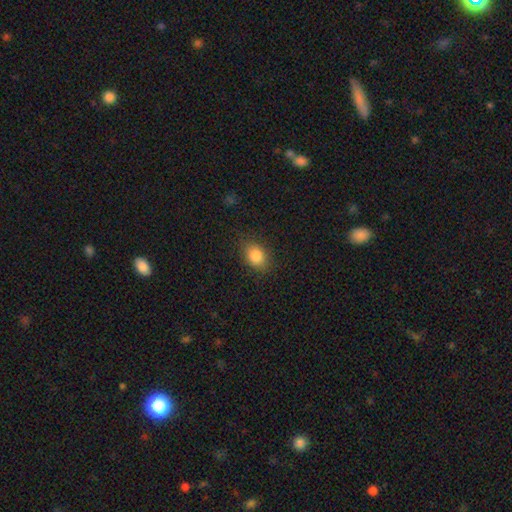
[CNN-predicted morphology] smooth-or-featured: smooth: 84% | star or artifact: 10% | featured or disk: 7%
  how-rounded: in between: 64% | round: 35% | cigar-shaped: 1%
  merging: none: 82% | minor disturbance: 13% | major disturbance: 4% | merger: 1%